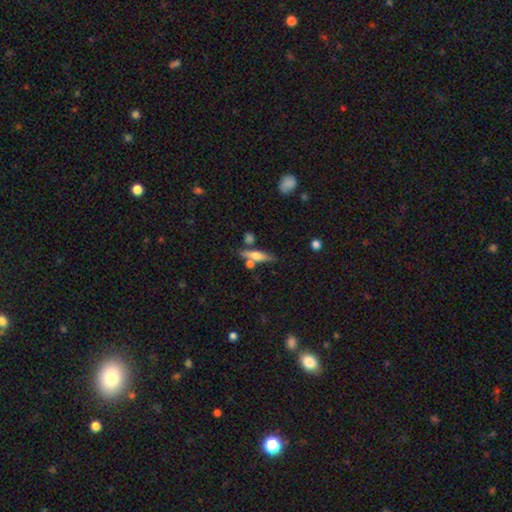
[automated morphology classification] type=smooth (54%); roundness=cigar-shaped (74%); merging=none (65%).